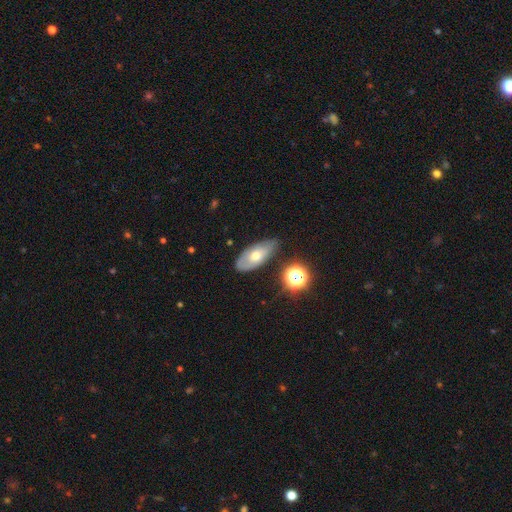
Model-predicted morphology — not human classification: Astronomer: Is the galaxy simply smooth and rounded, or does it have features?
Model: smooth — 48% (runner-up: featured or disk, 42%).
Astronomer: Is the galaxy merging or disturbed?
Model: none — 66%.